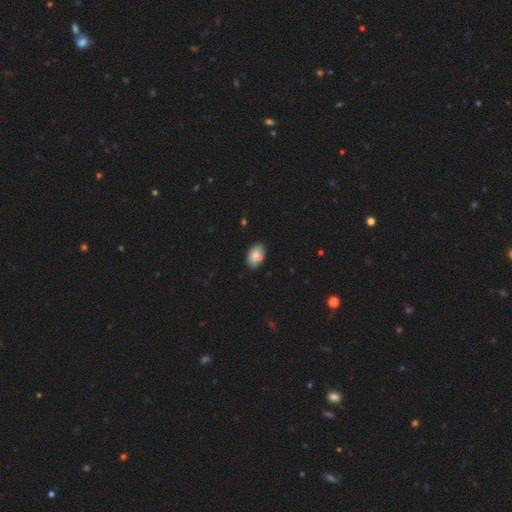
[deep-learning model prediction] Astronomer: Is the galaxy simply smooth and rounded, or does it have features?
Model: smooth — 78%.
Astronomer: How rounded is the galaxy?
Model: in between — 92%.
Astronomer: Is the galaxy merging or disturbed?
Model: none — 71%.